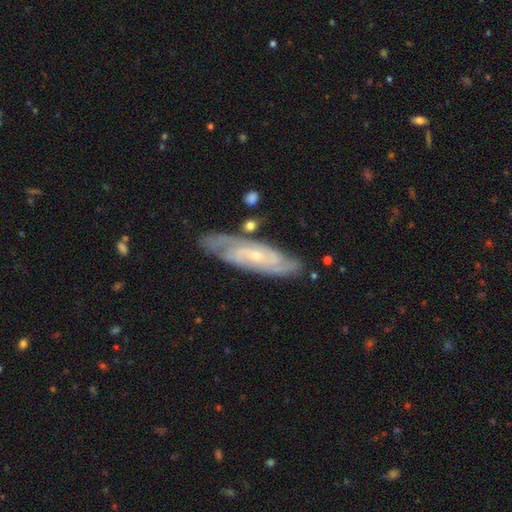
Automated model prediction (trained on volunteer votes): Overall: featured or disk (84%). Edge-on disk: no (85%). Bar: no (60%; weak 30%). Spiral arms: yes (96%). Spiral arm count: 2 (42%; can't tell 26%). Spiral winding: tight (62%; medium 32%). Bulge size: small (75%). Merging: none (77%).